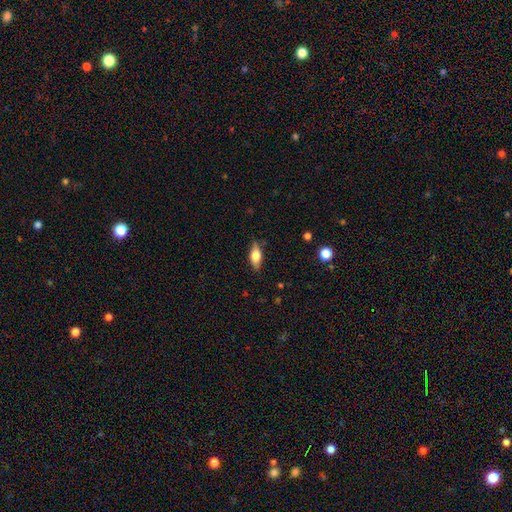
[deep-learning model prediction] smooth-or-featured: smooth: 71% | featured or disk: 22% | star or artifact: 7%
  how-rounded: in between: 78% | cigar-shaped: 18% | round: 4%
  merging: none: 81% | minor disturbance: 15% | major disturbance: 3% | merger: 1%